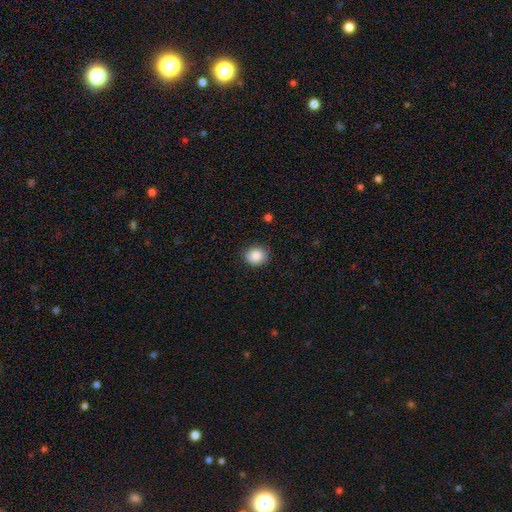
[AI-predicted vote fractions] Smooth or featured: smooth — 86% (star or artifact — 8%)
How rounded: round — 70% (in between — 29%)
Merging: none — 87% (minor disturbance — 9%)